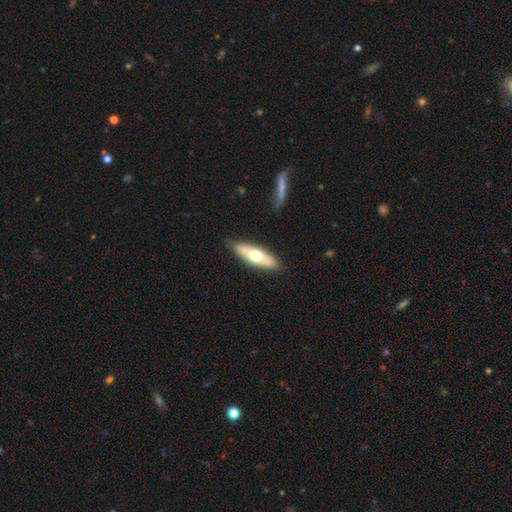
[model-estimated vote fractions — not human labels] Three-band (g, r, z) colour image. It shows a smooth galaxy with no disk features (54%) that is in between round and cigar-shaped (51%). Merging: none (86%).